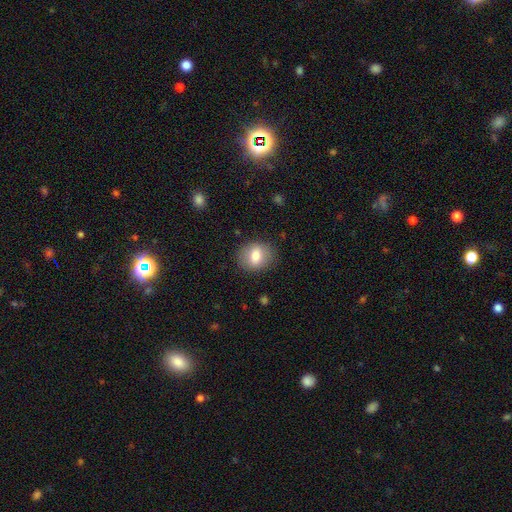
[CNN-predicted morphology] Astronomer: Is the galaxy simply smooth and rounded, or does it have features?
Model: smooth — 74%.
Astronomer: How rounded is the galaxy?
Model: round — 58% (runner-up: in between, 41%).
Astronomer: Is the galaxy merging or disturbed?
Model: none — 86%.